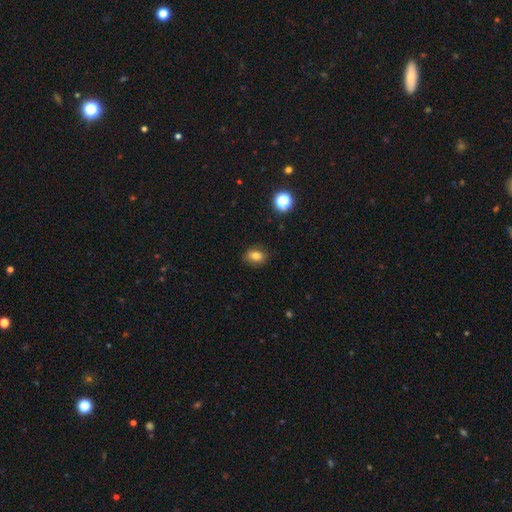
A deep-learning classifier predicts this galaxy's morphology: The model was most divided on "how rounded": in between: 66%, round: 32%, cigar-shaped: 2%. More confident: merging — none (85%); smooth or featured — smooth (78%).